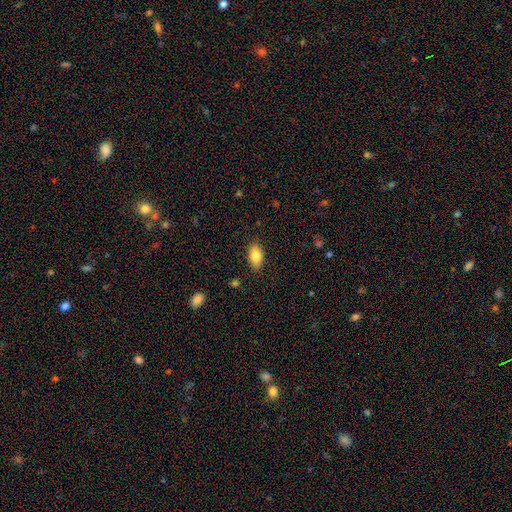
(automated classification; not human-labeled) Smooth or featured? Predicted: smooth (p=0.83). How rounded? Predicted: in between (p=0.92). Merging? Predicted: none (p=0.86).